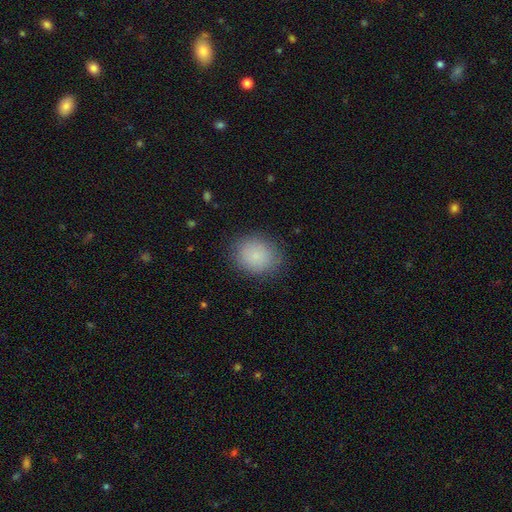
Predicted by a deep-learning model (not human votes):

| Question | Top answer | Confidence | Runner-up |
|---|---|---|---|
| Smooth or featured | smooth | 86% | star or artifact (8%) |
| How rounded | round | 68% | in between (31%) |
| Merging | none | 84% | minor disturbance (11%) |